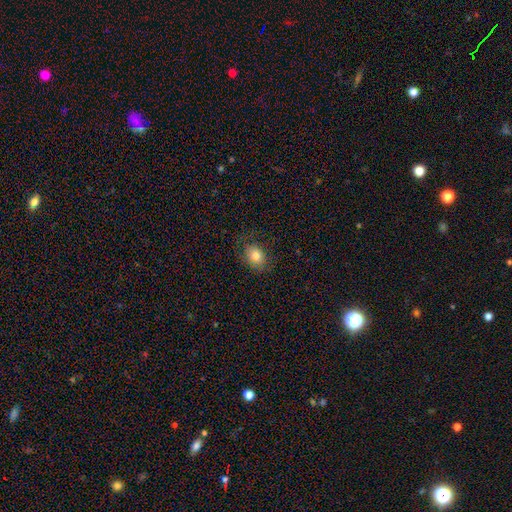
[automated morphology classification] smooth 82%, star or artifact 10%, featured or disk 9%. Down the decision tree: how rounded — in between (58%); merging — none (79%).